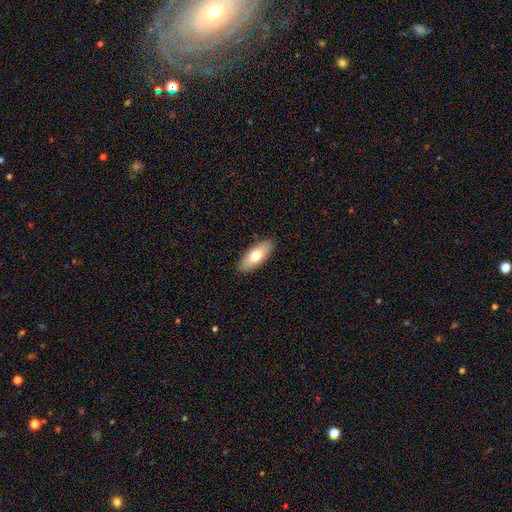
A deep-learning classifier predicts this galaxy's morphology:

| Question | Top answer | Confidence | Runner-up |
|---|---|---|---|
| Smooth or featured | smooth | 71% | featured or disk (23%) |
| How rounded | in between | 82% | cigar-shaped (16%) |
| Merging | none | 88% | minor disturbance (9%) |